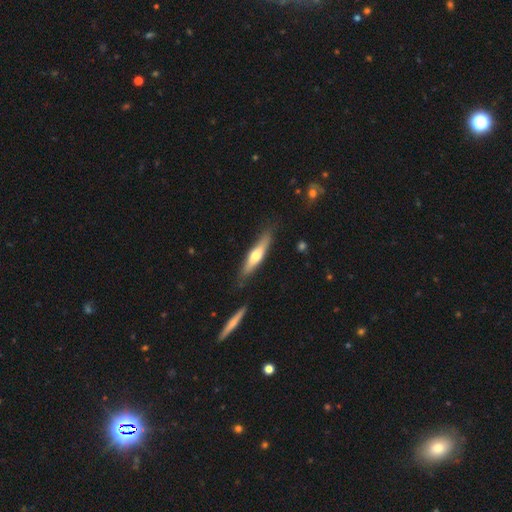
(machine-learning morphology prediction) smooth-or-featured: smooth: 49% | featured or disk: 46% | star or artifact: 5%
  merging: none: 81% | minor disturbance: 13% | merger: 3% | major disturbance: 3%